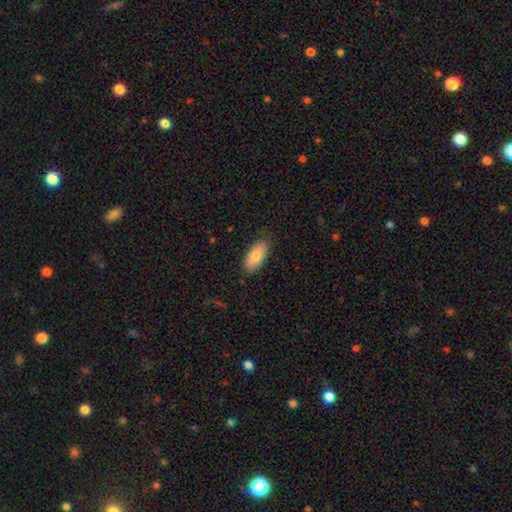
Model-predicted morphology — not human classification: Q: Smooth or featured?
A: smooth (84%); runner-up: featured or disk (9%)
Q: How rounded?
A: in between (90%); runner-up: cigar-shaped (8%)
Q: Merging?
A: none (82%); runner-up: minor disturbance (14%)